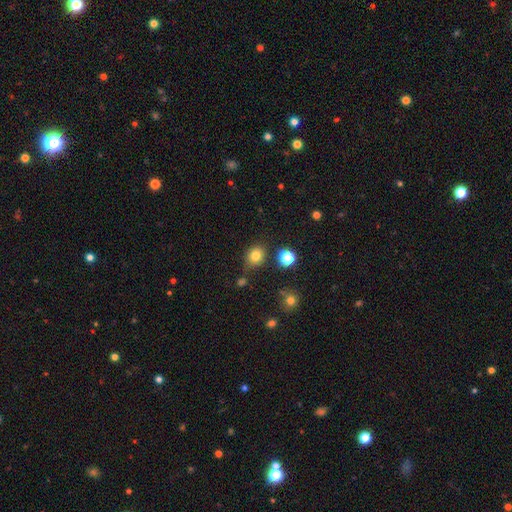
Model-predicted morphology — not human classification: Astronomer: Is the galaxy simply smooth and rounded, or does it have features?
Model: smooth — 79%.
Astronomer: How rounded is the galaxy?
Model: round — 64%.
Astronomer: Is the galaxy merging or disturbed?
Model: none — 77%.